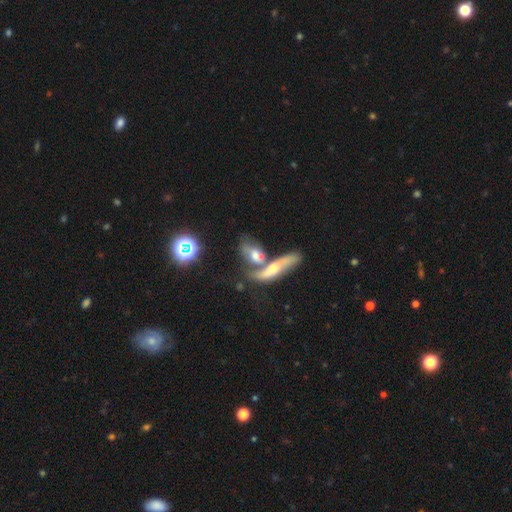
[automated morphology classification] Smooth or featured: smooth — 48% (featured or disk — 40%)
Merging: merger — 60% (none — 23%)